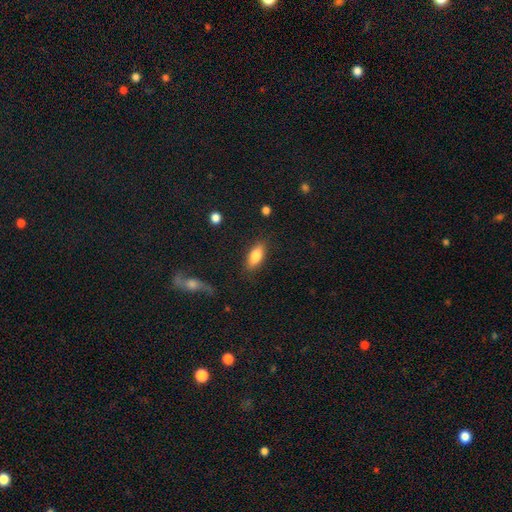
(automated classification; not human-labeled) Smooth or featured? smooth (81%)
How rounded? in between (82%)
Merging? none (85%)